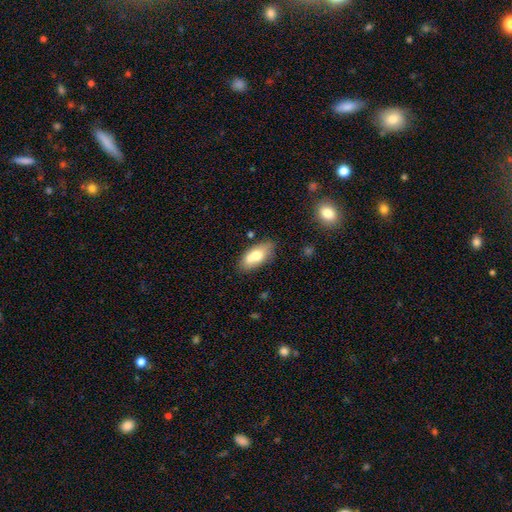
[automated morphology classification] A smooth galaxy with no disk features (68%) that is in between round and cigar-shaped (88%). Merging: none (59%).